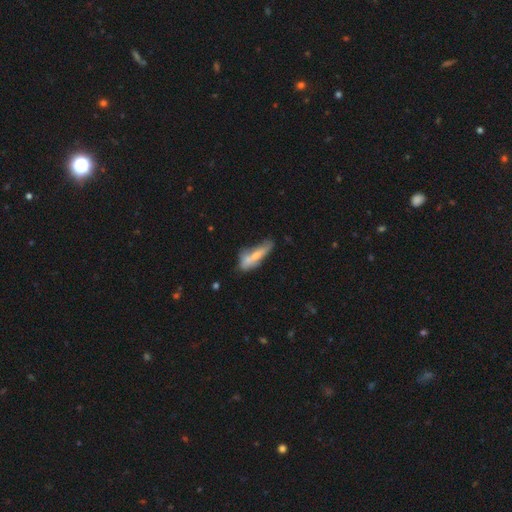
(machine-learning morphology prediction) Smooth or featured? Predicted: smooth (p=0.57). How rounded? Predicted: cigar-shaped (p=0.57). Merging? Predicted: none (p=0.34).